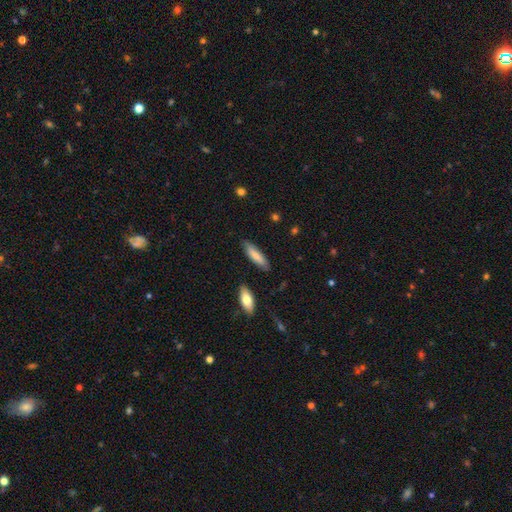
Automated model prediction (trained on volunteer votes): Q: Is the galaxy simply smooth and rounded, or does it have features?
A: smooth — 77%.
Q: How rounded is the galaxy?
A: cigar-shaped — 61%.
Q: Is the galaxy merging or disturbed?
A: none — 84%.